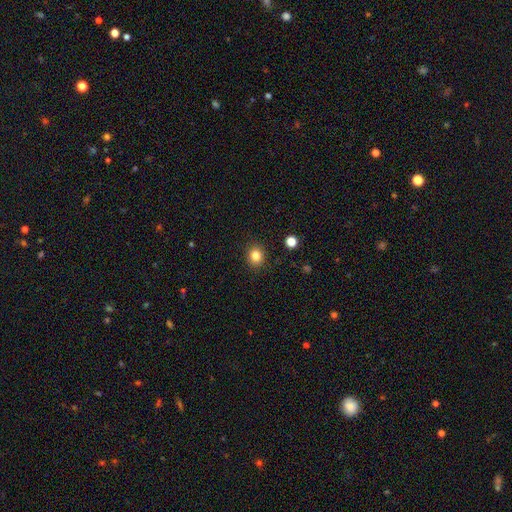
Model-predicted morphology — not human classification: type=smooth (83%); roundness=round (76%); merging=none (90%).